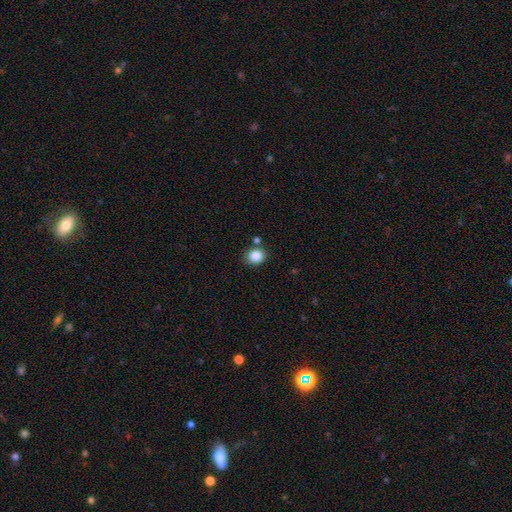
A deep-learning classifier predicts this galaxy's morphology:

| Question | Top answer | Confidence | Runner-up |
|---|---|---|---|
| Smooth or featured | smooth | 85% | star or artifact (10%) |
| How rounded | round | 76% | in between (23%) |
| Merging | none | 80% | minor disturbance (9%) |